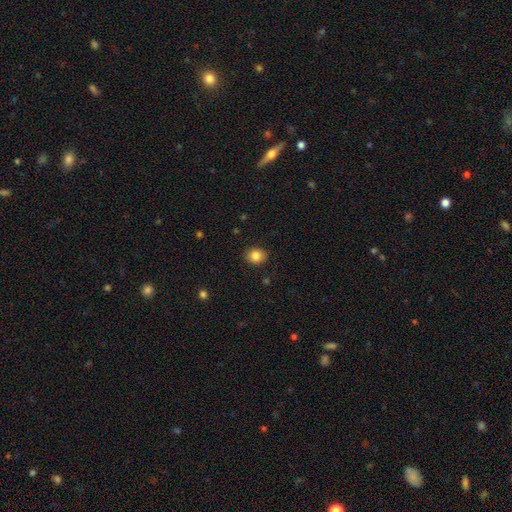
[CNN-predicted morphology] The model was most divided on "how rounded": round: 63%, in between: 36%, cigar-shaped: 1%. More confident: merging — none (89%); smooth or featured — smooth (84%).